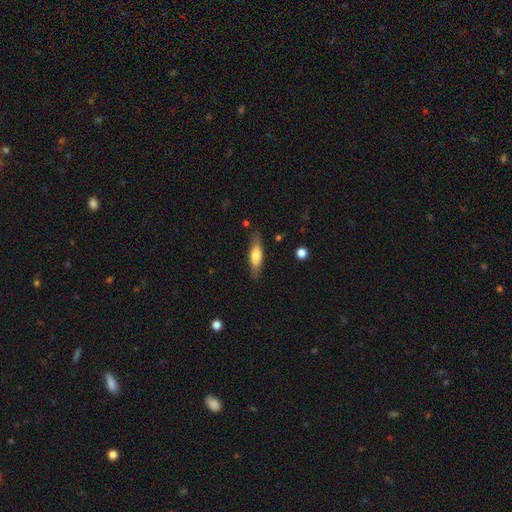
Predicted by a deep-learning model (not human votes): A smooth galaxy with no disk features (61%) that is cigar-shaped (56%). Merging: none (81%).